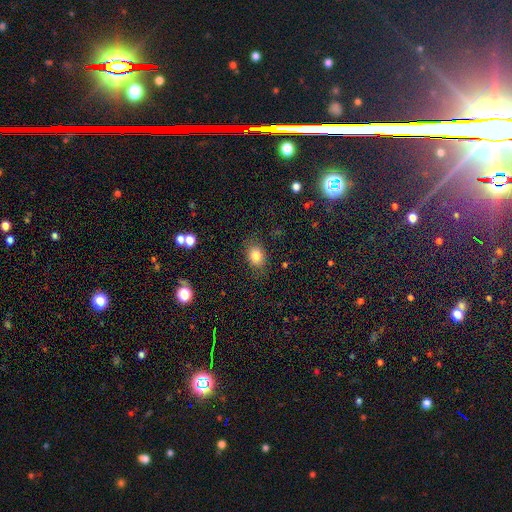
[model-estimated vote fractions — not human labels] Overall: smooth (82%). How rounded: in between (59%; round 39%). Merging: none (80%).